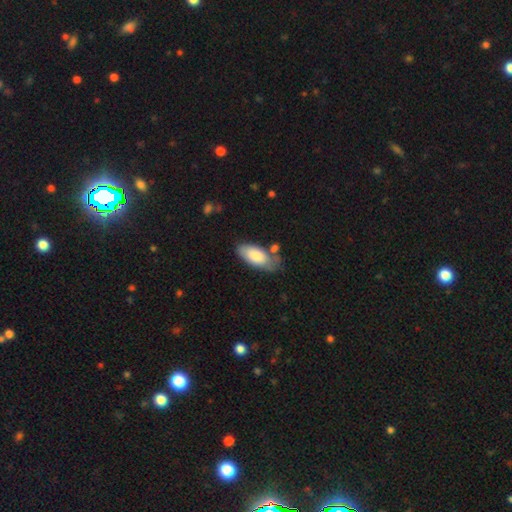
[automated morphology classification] A smooth galaxy with no disk features (80%) that is in between round and cigar-shaped (90%).

Vote fractions:
- Smooth or featured? smooth: 80% / featured or disk: 14% / star or artifact: 5%
- How rounded? in between: 90% / cigar-shaped: 8% / round: 2%
- Merging? none: 57% / minor disturbance: 25% / merger: 10% / major disturbance: 8%